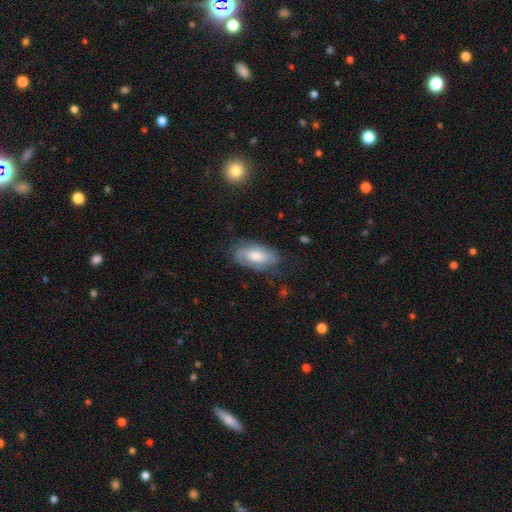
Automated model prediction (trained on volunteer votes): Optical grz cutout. It shows a featured or disk galaxy (55%). Merging: none (69%).